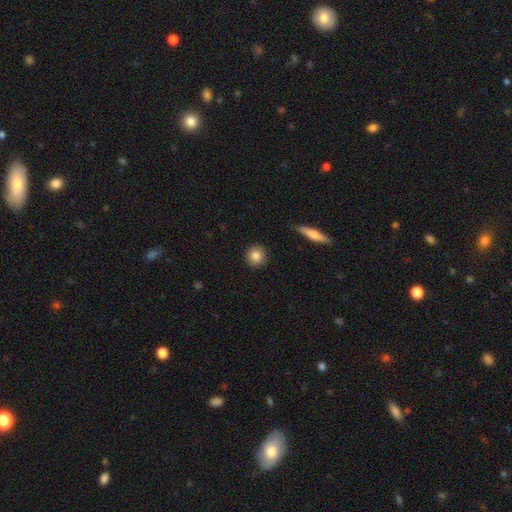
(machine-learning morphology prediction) Q: Smooth or featured?
A: smooth (84%); runner-up: star or artifact (8%)
Q: How rounded?
A: round (89%); runner-up: in between (10%)
Q: Merging?
A: none (91%); runner-up: minor disturbance (6%)